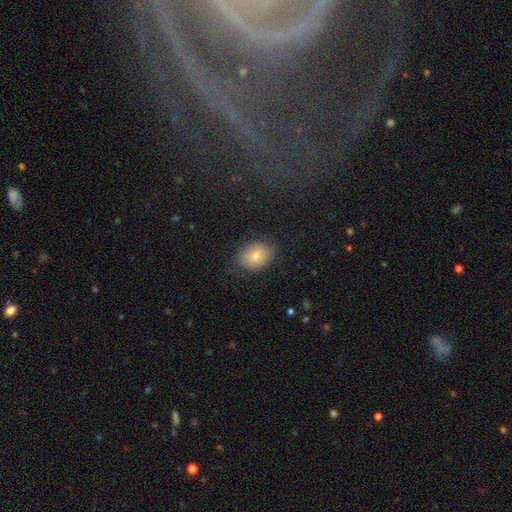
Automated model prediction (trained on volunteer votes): This is likely a smooth galaxy (76%). How rounded: likely in between (67%). Merging: likely none (75%).